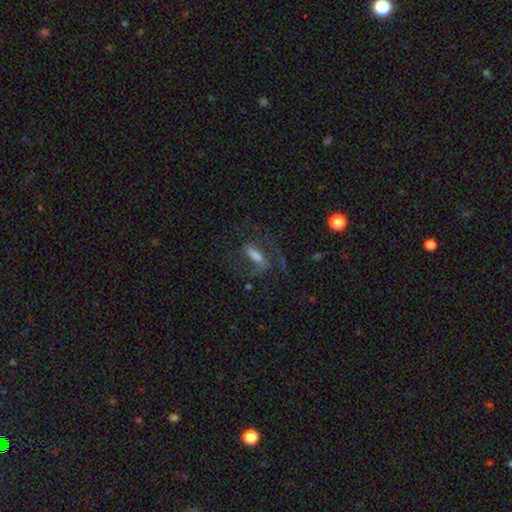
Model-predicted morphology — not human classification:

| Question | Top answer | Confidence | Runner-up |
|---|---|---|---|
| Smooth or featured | featured or disk | 57% | smooth (30%) |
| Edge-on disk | no | 84% | yes (16%) |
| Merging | none | 55% | major disturbance (27%) |